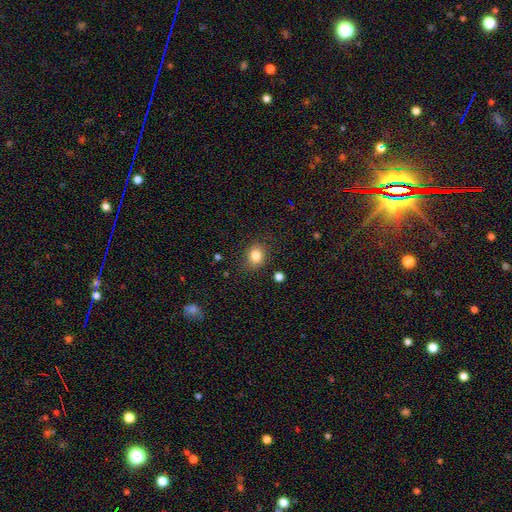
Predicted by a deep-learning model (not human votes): smooth 82%, star or artifact 11%, featured or disk 7%. Down the decision tree: how rounded — round (59%); merging — none (82%).